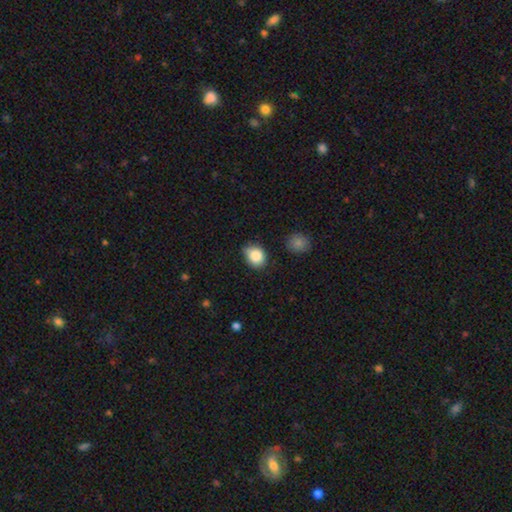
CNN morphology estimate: smooth-or-featured: smooth: 86% | star or artifact: 9% | featured or disk: 6%
  how-rounded: round: 51% | in between: 48% | cigar-shaped: 1%
  merging: none: 67% | minor disturbance: 26% | major disturbance: 5% | merger: 3%